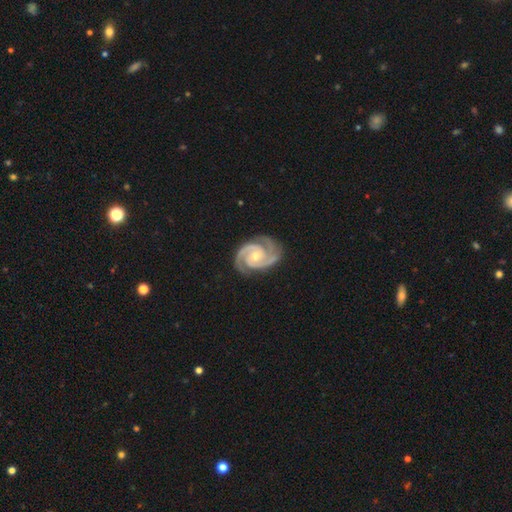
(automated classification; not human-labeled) Q: Smooth or featured?
A: featured or disk (94%); runner-up: star or artifact (3%)
Q: Edge-on disk?
A: no (98%); runner-up: yes (2%)
Q: Bar?
A: no (64%); runner-up: weak (27%)
Q: Spiral arms?
A: yes (99%); runner-up: no (1%)
Q: Spiral winding?
A: tight (55%); runner-up: medium (41%)
Q: Spiral arm count?
A: 2 (85%); runner-up: 3 (10%)
Q: Bulge size?
A: moderate (49%); runner-up: small (47%)
Q: Merging?
A: none (81%); runner-up: minor disturbance (14%)